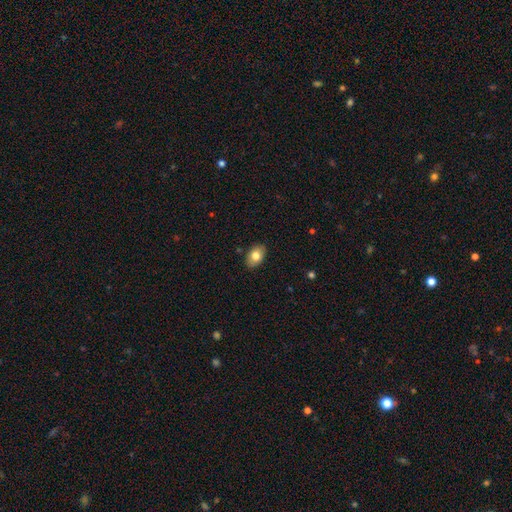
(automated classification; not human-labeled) Q: Smooth or featured?
A: smooth (79%); runner-up: featured or disk (13%)
Q: How rounded?
A: in between (87%); runner-up: round (12%)
Q: Merging?
A: none (87%); runner-up: minor disturbance (10%)